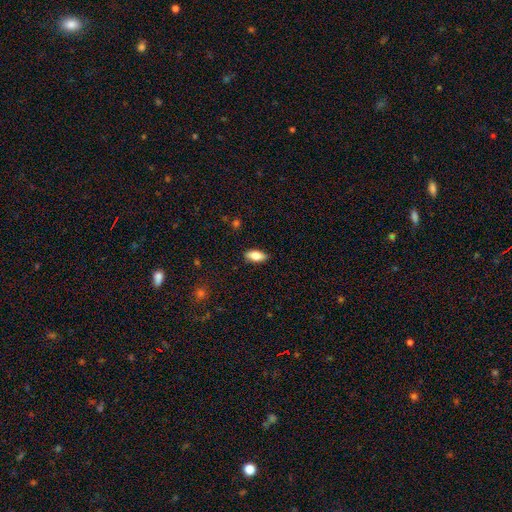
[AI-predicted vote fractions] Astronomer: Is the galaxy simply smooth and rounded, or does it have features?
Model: smooth — 77%.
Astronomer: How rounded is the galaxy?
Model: in between — 85%.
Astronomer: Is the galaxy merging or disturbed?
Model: none — 86%.